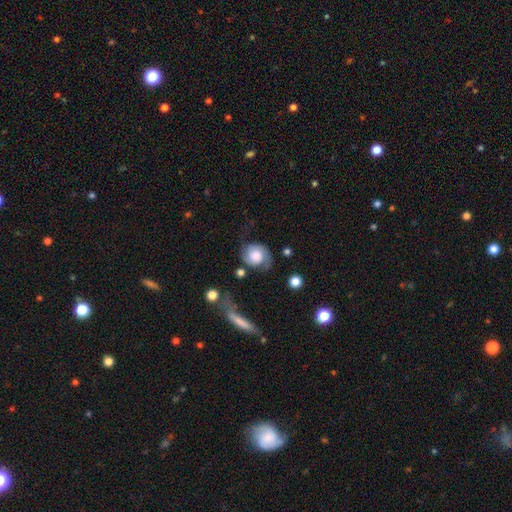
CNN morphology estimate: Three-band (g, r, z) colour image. It shows a featured or disk galaxy (63%) with no bar (73%), 2 (86%) medium (42%) spiral arms (91%) and a large central bulge (44%). Merging: none (56%).